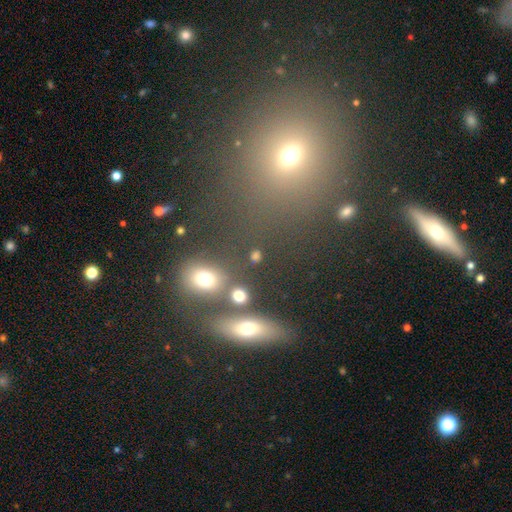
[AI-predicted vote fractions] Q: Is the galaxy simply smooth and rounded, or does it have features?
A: smooth — 71%.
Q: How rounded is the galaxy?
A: round — 52%.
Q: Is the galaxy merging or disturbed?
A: none — 67%.